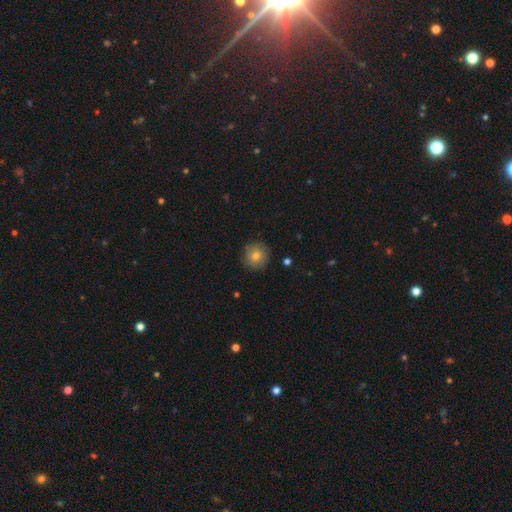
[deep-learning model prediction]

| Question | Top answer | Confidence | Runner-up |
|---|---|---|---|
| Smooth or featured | smooth | 79% | featured or disk (11%) |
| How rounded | round | 94% | in between (5%) |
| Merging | none | 89% | minor disturbance (8%) |